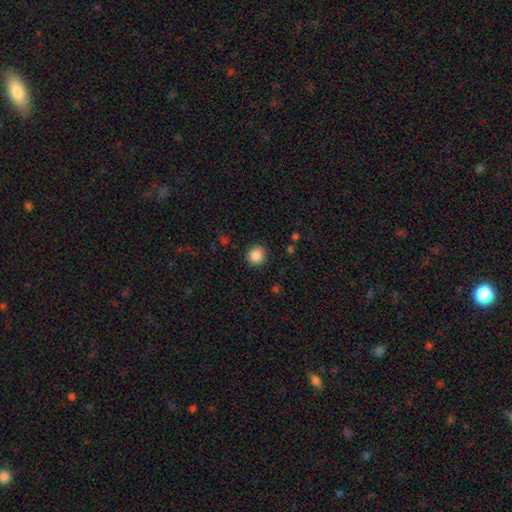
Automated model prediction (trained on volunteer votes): Smooth or featured?
  - smooth: 87% *
  - star or artifact: 10%
  - featured or disk: 3%
How rounded?
  - round: 89% *
  - in between: 10%
  - cigar-shaped: 1%
Merging?
  - none: 90% *
  - minor disturbance: 7%
  - major disturbance: 2%
  - merger: 1%